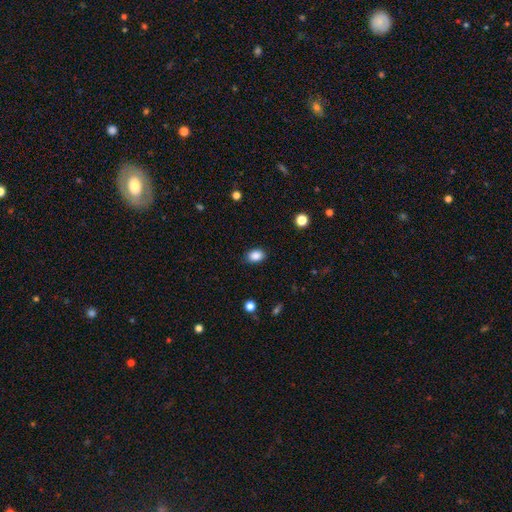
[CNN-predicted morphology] smooth 88%, star or artifact 9%, featured or disk 3%. Down the decision tree: how rounded — in between (77%); merging — none (85%).